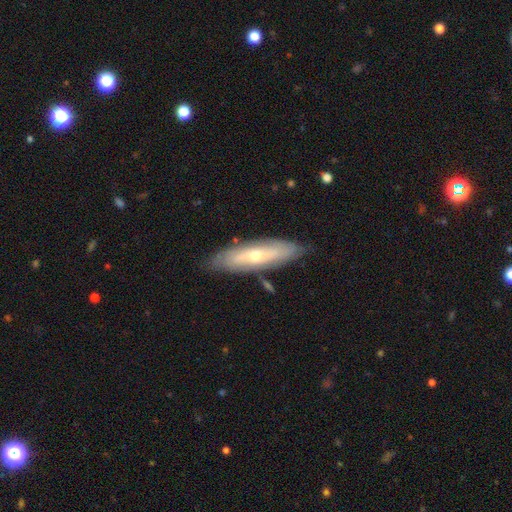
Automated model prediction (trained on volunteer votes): The model was most divided on "smooth or featured": featured or disk: 59%, smooth: 36%, star or artifact: 6%. More confident: merging — none (79%); edge-on disk — no (63%).